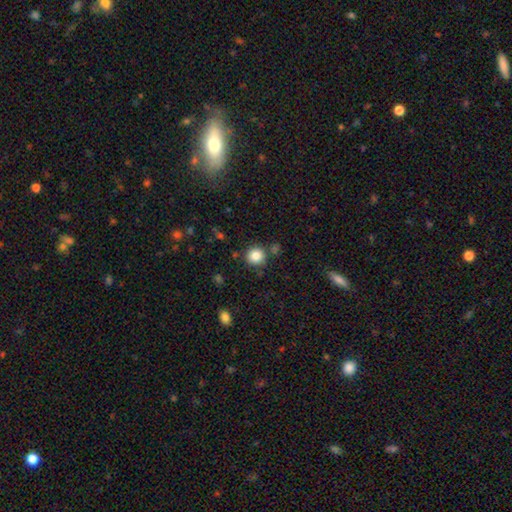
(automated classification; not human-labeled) smooth_or_featured: smooth (p=0.84) [alt: star or artifact p=0.10]
how_rounded: round (p=0.92) [alt: in between p=0.07]
merging: none (p=0.83) [alt: minor disturbance p=0.09]